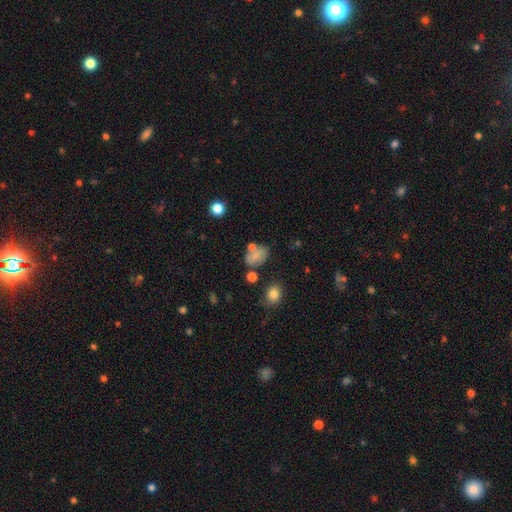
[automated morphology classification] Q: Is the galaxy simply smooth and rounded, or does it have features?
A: smooth — 70%.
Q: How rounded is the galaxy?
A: in between — 76%.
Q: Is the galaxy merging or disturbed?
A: none — 55%.